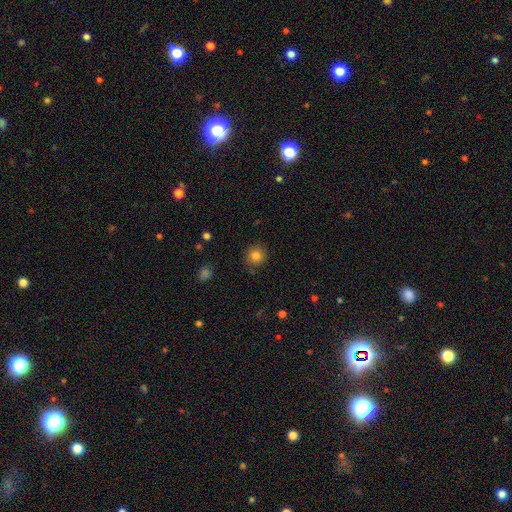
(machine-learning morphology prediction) Smooth or featured: smooth — 81% (star or artifact — 12%)
How rounded: round — 90% (in between — 10%)
Merging: none — 85% (minor disturbance — 10%)